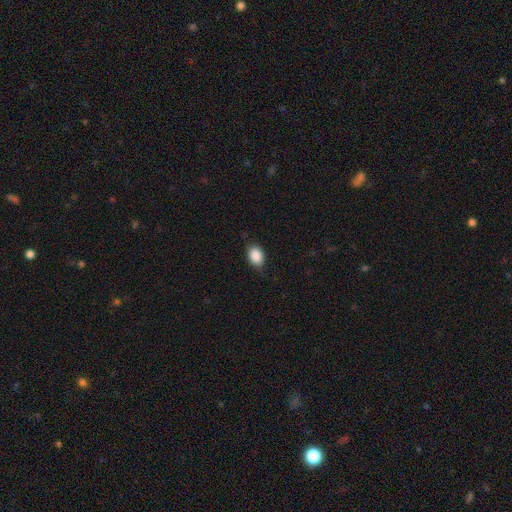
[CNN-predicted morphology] A smooth galaxy with no disk features (89%) that is in between round and cigar-shaped (82%). Merging: none (84%).